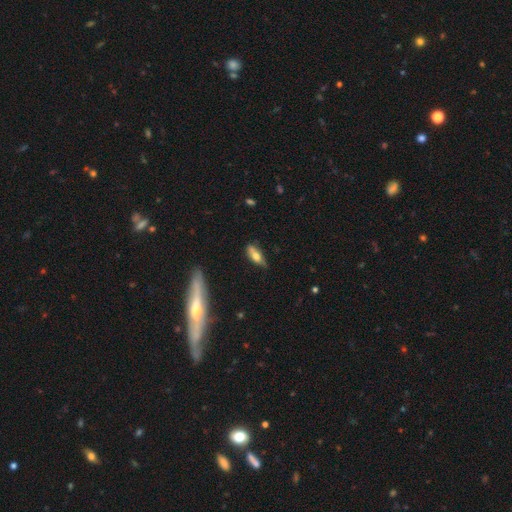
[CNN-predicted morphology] Smooth or featured? Predicted: smooth (p=0.64). How rounded? Predicted: in between (p=0.63). Merging? Predicted: none (p=0.61).